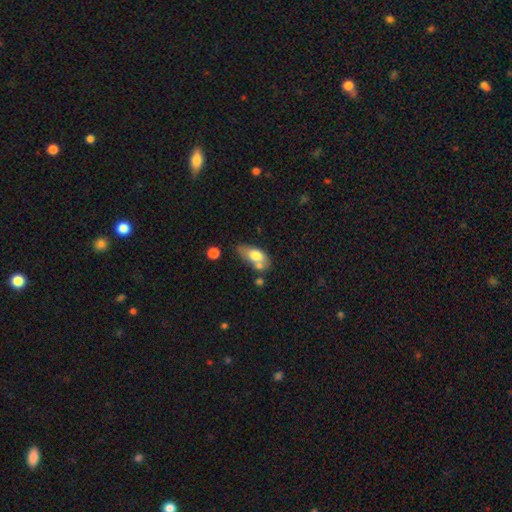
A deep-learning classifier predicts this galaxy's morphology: Overall: smooth (70%). How rounded: in between (86%). Merging: none (38%; merger 28%).